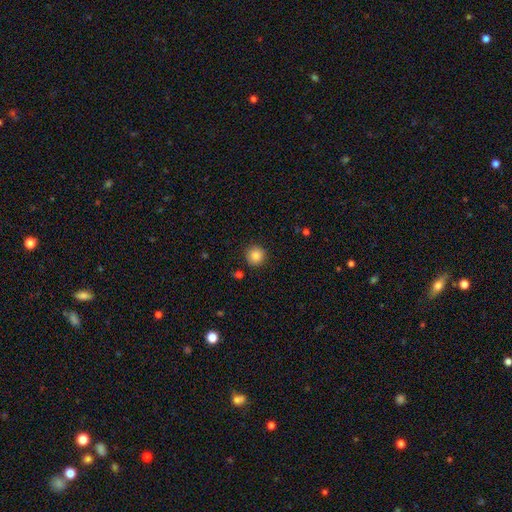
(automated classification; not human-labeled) The model was most divided on "smooth or featured": smooth: 85%, star or artifact: 10%, featured or disk: 5%. More confident: how rounded — round (94%); merging — none (90%).